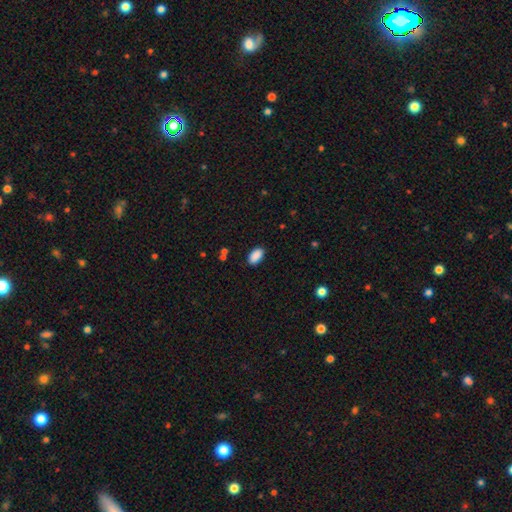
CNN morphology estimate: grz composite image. It shows a smooth galaxy with no disk features (89%) that is in between round and cigar-shaped (93%). Merging: none (86%).